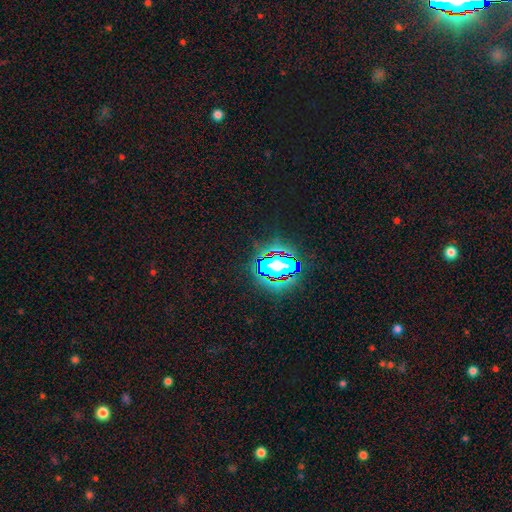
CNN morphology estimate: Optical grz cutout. It shows a star or artifact, not a galaxy (84%).